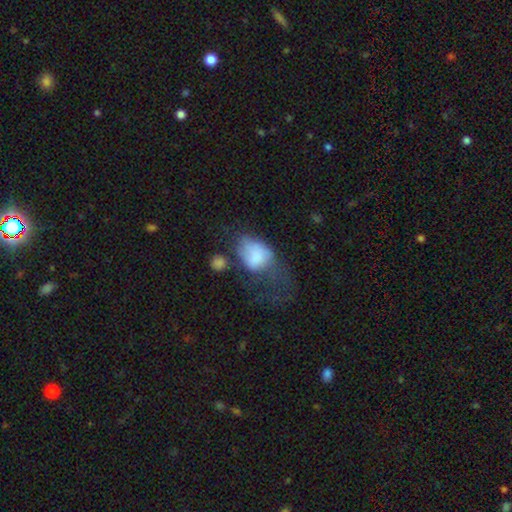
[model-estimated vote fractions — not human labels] Smooth or featured? Predicted: smooth (p=0.68). How rounded? Predicted: in between (p=0.76). Merging? Predicted: major disturbance (p=0.53).